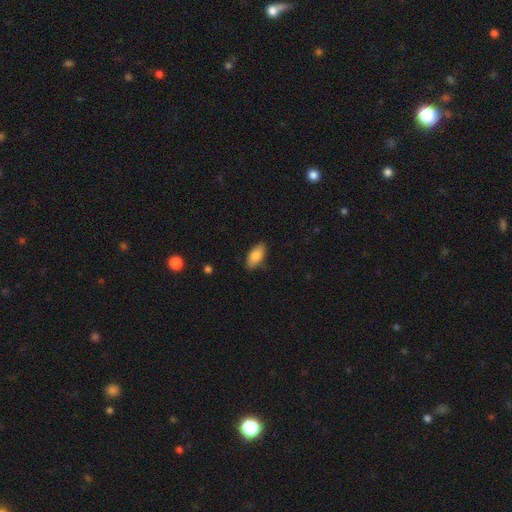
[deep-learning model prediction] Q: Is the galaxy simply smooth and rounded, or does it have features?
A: smooth — 83%.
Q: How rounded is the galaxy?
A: in between — 91%.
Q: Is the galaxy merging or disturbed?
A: none — 85%.